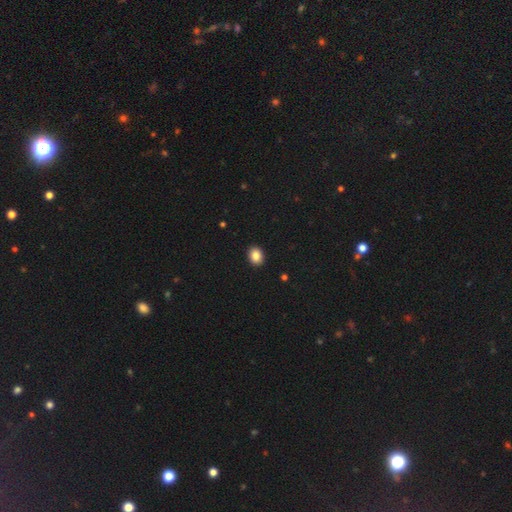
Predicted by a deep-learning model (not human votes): smooth_or_featured: smooth (p=0.87) [alt: star or artifact p=0.09]
how_rounded: in between (p=0.50) [alt: round p=0.49]
merging: none (p=0.92) [alt: minor disturbance p=0.05]